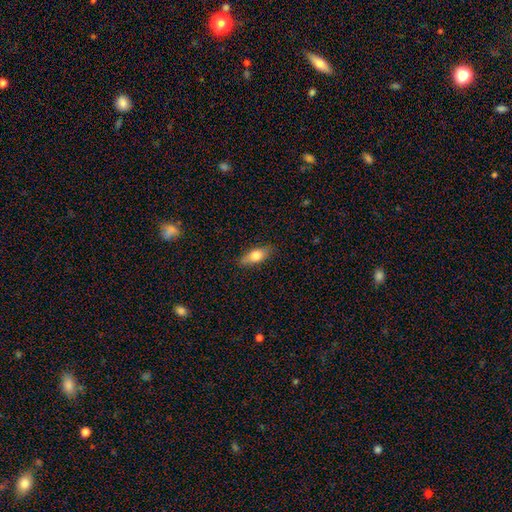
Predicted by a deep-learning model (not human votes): Overall: smooth (71%). How rounded: in between (73%). Merging: none (84%).